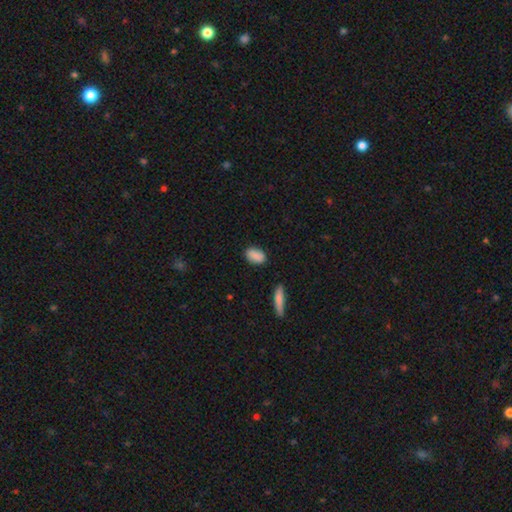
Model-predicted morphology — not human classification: This is clearly a smooth galaxy (88%). How rounded: clearly in between (89%). Merging: clearly none (85%).